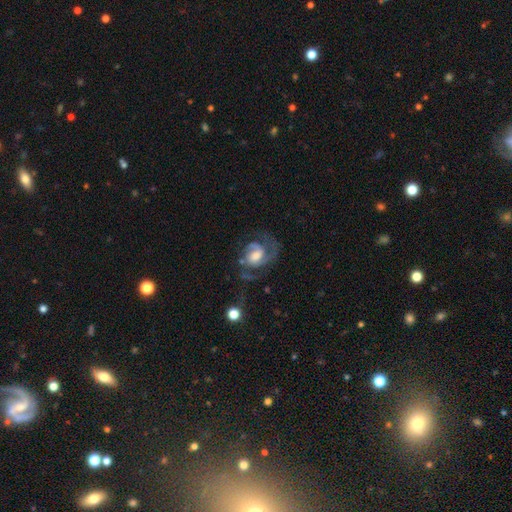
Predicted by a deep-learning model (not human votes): The model was most divided on "bar": no: 48%, weak: 42%, strong: 11%. Remaining: edge-on disk — no (98%); spiral arms — yes (95%); smooth or featured — featured or disk (83%); spiral arm count — 2 (60%); merging — none (50%); spiral winding — medium (49%); bulge size — moderate (47%).